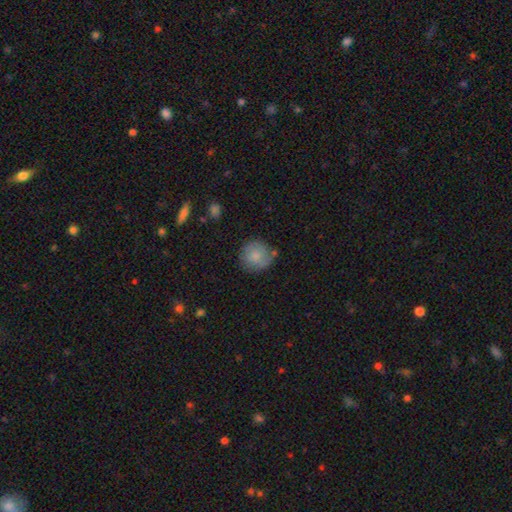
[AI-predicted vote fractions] This is likely a smooth galaxy (73%). How rounded: clearly round (90%). Merging: likely none (68%).